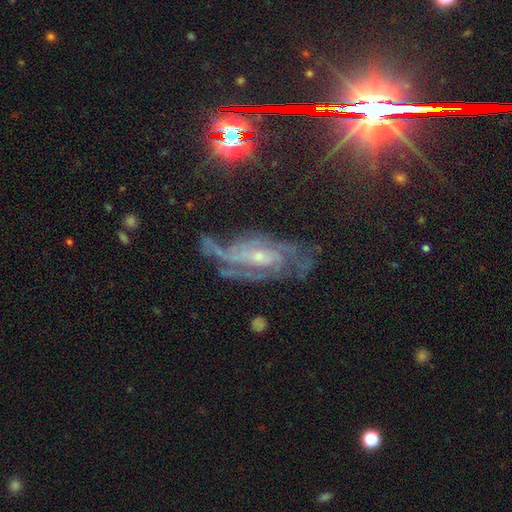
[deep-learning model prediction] Overall: featured or disk (80%). Edge-on disk: no (94%). Bar: no (46%; weak 40%). Spiral arms: yes (95%). Spiral arm count: can't tell (29%; 2 27%). Spiral winding: tight (47%; medium 41%). Bulge size: small (70%). Merging: none (59%; minor disturbance 22%).